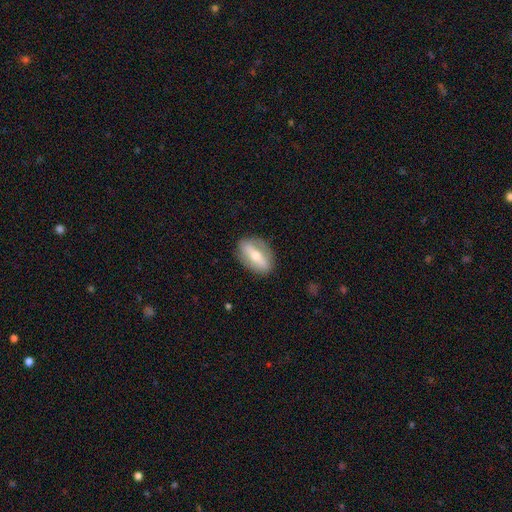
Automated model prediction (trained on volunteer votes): smooth_or_featured: featured or disk (p=0.51) [alt: smooth p=0.43]
disk_edge_on: no (p=0.69) [alt: yes p=0.31]
merging: none (p=0.83) [alt: minor disturbance p=0.12]